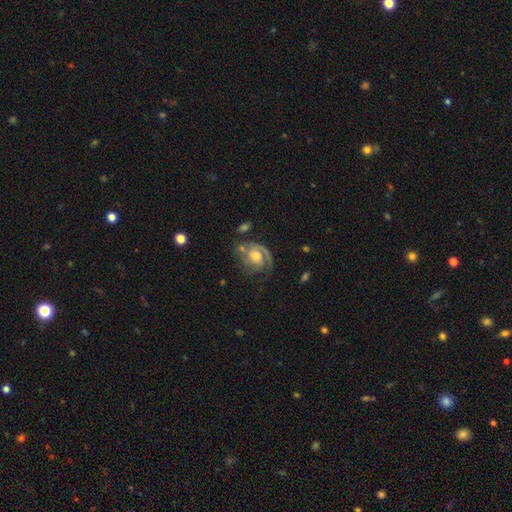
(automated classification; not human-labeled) A featured or disk galaxy (81%) with no bar (67%), 1 (45%) tight (52%) spiral arms (94%) and a moderate central bulge (53%). Merging: none (57%).